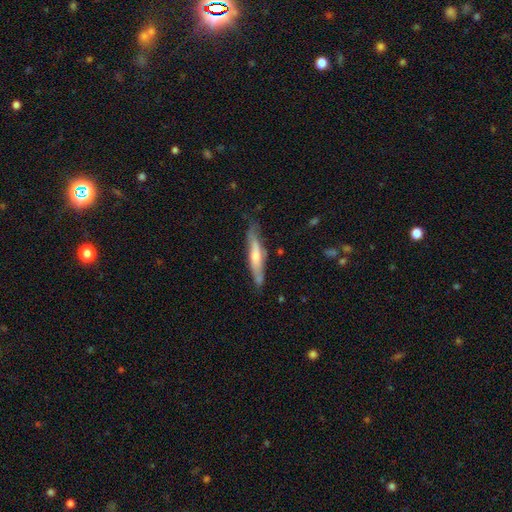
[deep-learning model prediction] This is possibly a featured or disk galaxy (48%). Merging: likely none (69%).